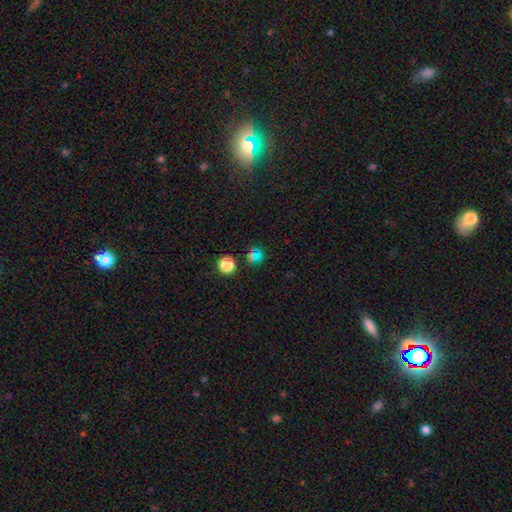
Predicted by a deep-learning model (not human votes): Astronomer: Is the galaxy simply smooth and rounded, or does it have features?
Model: smooth — 55% (runner-up: star or artifact, 37%).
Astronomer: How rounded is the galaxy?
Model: round — 88%.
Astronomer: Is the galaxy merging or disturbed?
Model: none — 78%.